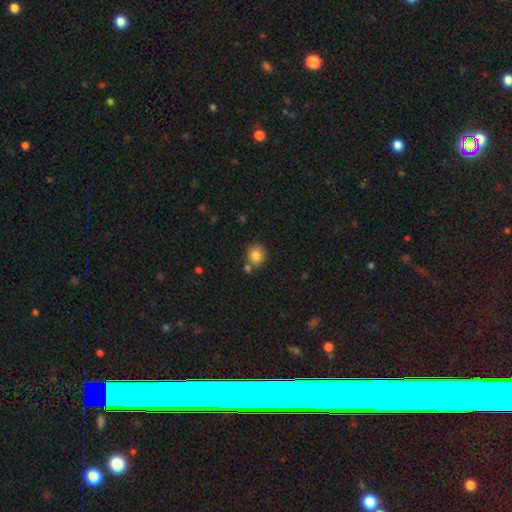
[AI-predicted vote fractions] Morphology: type=smooth (82%); roundness=round (86%); merging=none (68%).